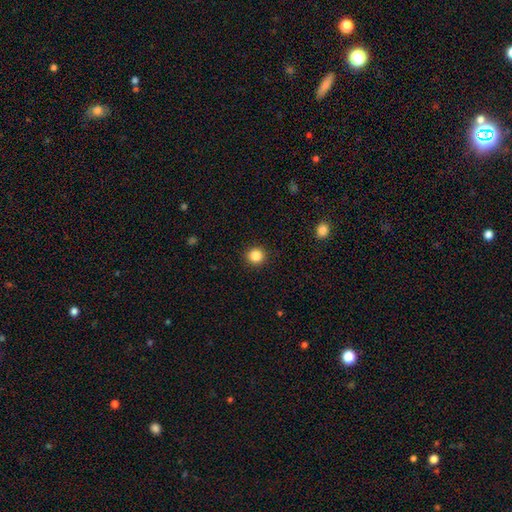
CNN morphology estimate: This appears to be a smooth galaxy with no disk features (85%) that is round (94%). Merging: none (92%).